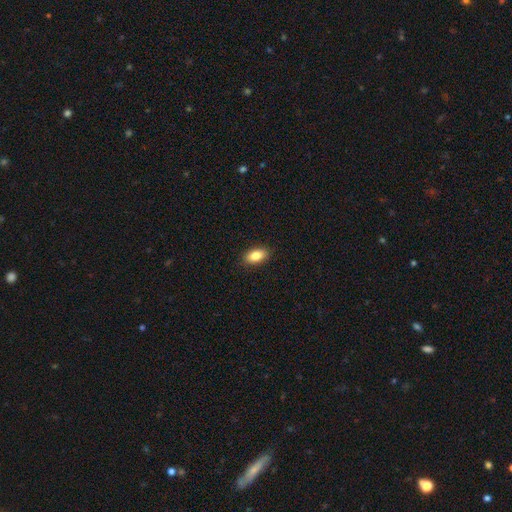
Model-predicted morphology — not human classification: Smooth or featured? smooth (87%)
How rounded? in between (91%)
Merging? none (89%)